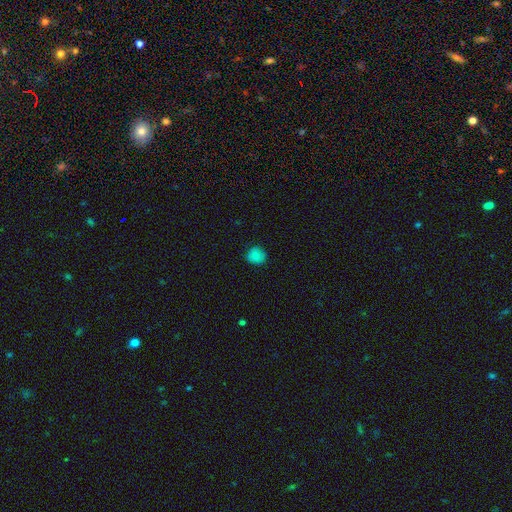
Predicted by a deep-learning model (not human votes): Smooth or featured? smooth (82%)
How rounded? round (86%)
Merging? none (84%)